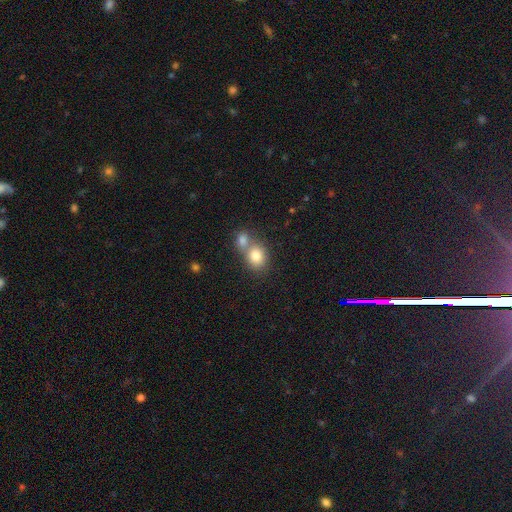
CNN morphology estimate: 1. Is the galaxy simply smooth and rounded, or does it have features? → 81% smooth, 10% featured or disk, 9% star or artifact.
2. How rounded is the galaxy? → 55% round, 43% in between, 1% cigar-shaped.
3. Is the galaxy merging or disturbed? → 52% merger, 37% none, 8% minor disturbance, 3% major disturbance.